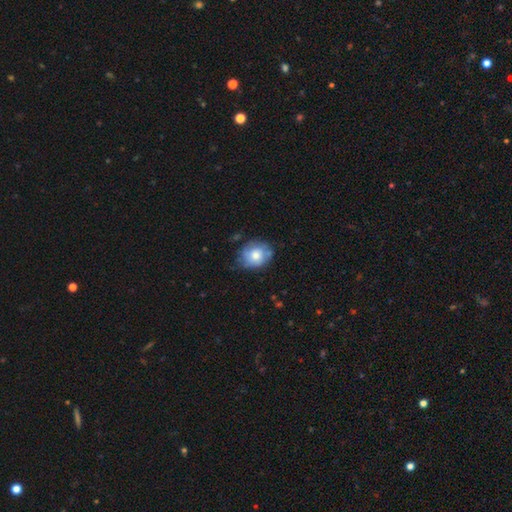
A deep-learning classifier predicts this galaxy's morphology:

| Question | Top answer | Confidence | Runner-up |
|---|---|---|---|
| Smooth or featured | smooth | 60% | featured or disk (32%) |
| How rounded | round | 61% | in between (38%) |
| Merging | none | 63% | minor disturbance (27%) |